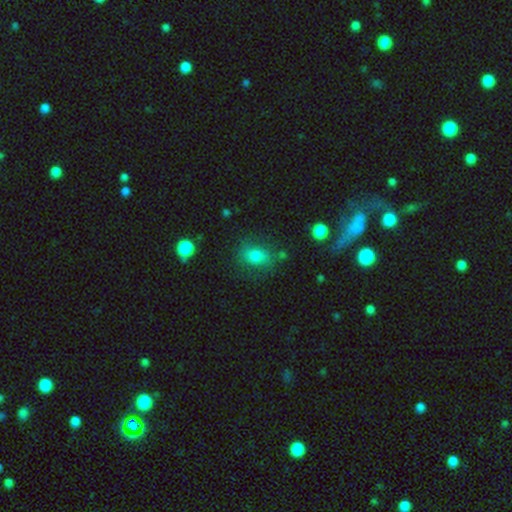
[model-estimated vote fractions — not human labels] smooth_or_featured: smooth (p=0.73) [alt: featured or disk p=0.15]
how_rounded: in between (p=0.57) [alt: round p=0.41]
merging: none (p=0.70) [alt: minor disturbance p=0.18]